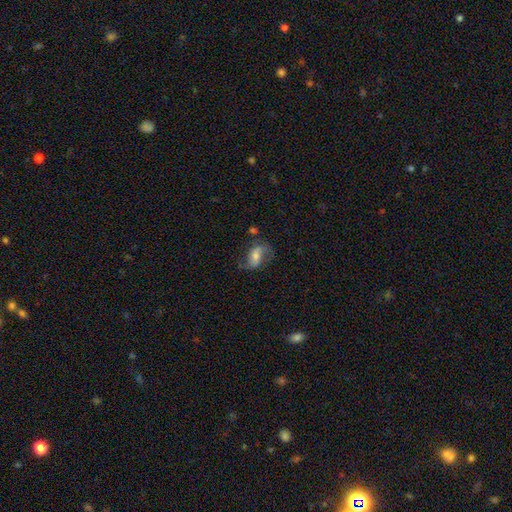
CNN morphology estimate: The model was most divided on "bar": weak: 39%, no: 38%, strong: 23%. More confident: edge-on disk — no (95%); spiral arms — yes (90%); spiral arm count — 2 (86%); smooth or featured — featured or disk (66%); spiral winding — loose (65%); merging — none (63%); bulge size — moderate (52%).